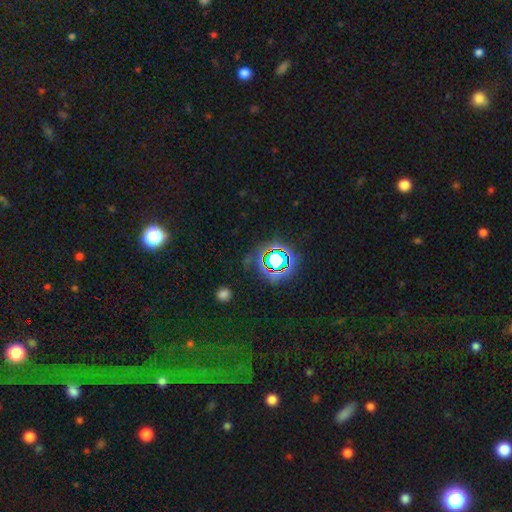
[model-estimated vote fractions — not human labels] This appears to be a star or artifact, not a galaxy (77%).